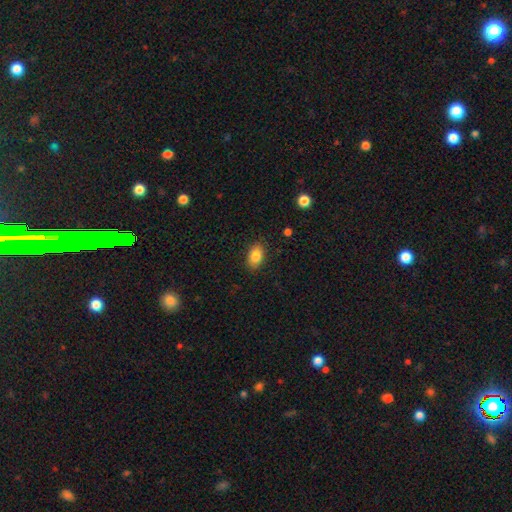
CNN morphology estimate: smooth 85%, star or artifact 8%, featured or disk 6%. Down the decision tree: how rounded — in between (87%); merging — none (86%).